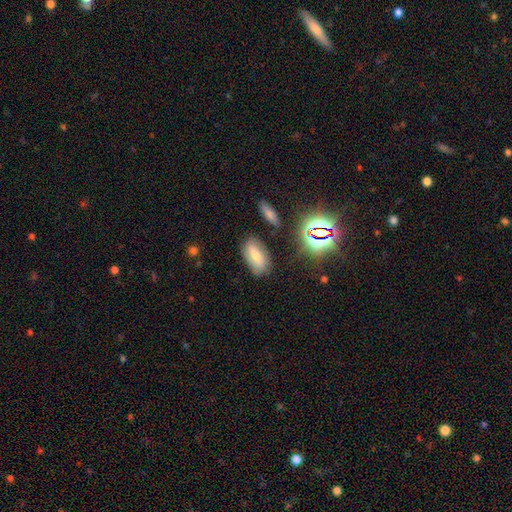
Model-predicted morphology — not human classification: A smooth galaxy with no disk features (45%).

Vote fractions:
- Smooth or featured? smooth: 45% / star or artifact: 28% / featured or disk: 27%
- Merging? none: 79% / minor disturbance: 14% / major disturbance: 4% / merger: 3%